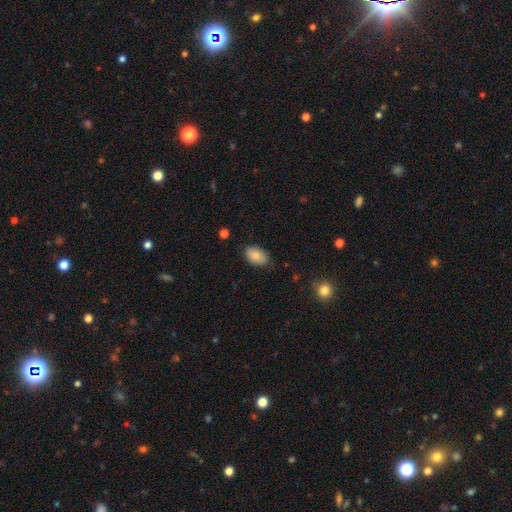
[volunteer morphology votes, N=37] Smooth or featured?
  - smooth: 89% *
  - star or artifact: 8%
  - featured or disk: 3%
How rounded?
  - in between: 94% *
  - round: 6%
  - cigar-shaped: 0%
Merging?
  - none: 85% *
  - minor disturbance: 15%
  - major disturbance: 0%
  - merger: 0%